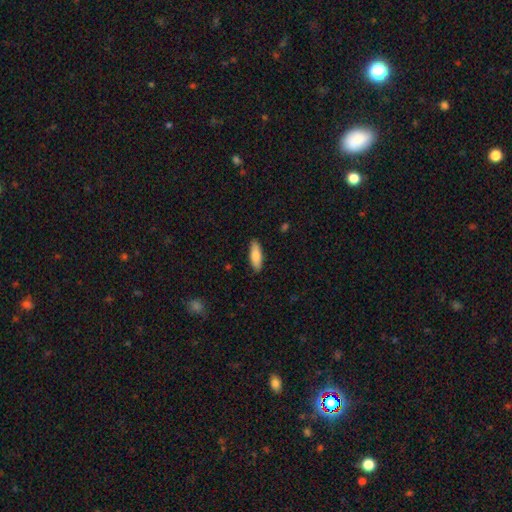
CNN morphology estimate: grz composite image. It shows a smooth galaxy with no disk features (84%) that is in between round and cigar-shaped (58%). Merging: none (89%).